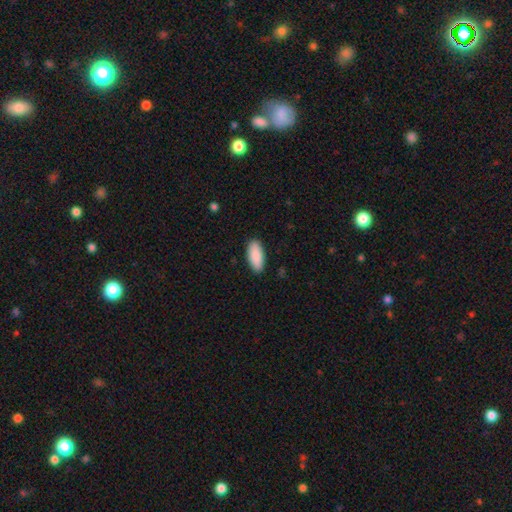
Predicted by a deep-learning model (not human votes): smooth 90%, star or artifact 6%, featured or disk 4%. Down the decision tree: how rounded — in between (86%); merging — none (89%).